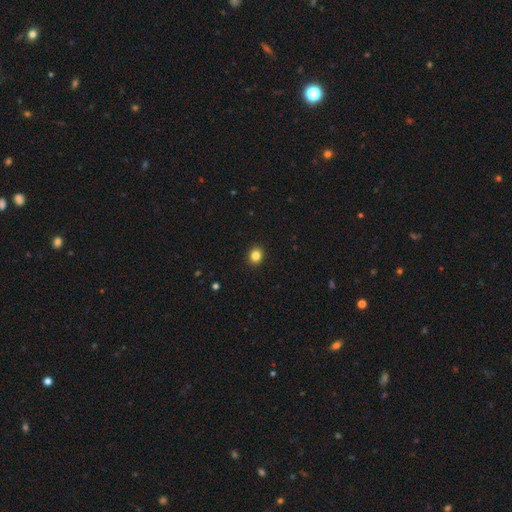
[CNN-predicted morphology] smooth_or_featured: smooth (p=0.84) [alt: star or artifact p=0.11]
how_rounded: round (p=0.69) [alt: in between p=0.30]
merging: none (p=0.92) [alt: minor disturbance p=0.05]